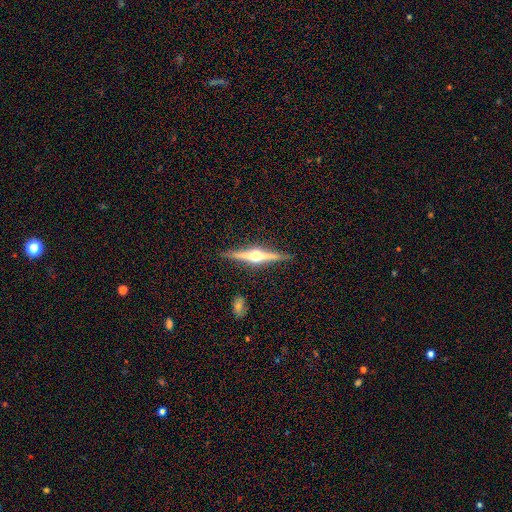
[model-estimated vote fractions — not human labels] Q: Smooth or featured?
A: featured or disk (83%); runner-up: smooth (12%)
Q: Edge-on disk?
A: yes (98%); runner-up: no (2%)
Q: Edge-on bulge?
A: rounded (96%); runner-up: boxy (3%)
Q: Merging?
A: none (89%); runner-up: minor disturbance (8%)